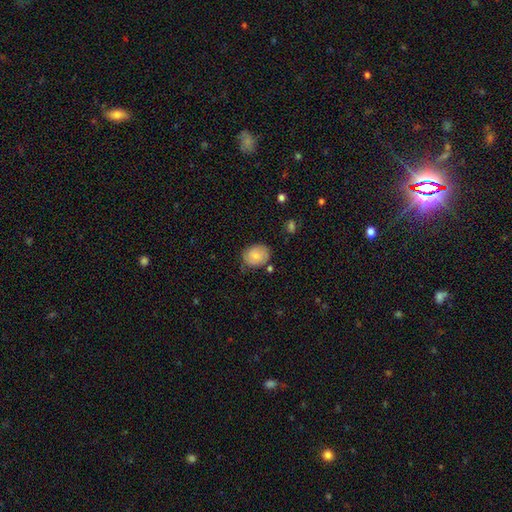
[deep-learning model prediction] A smooth galaxy with no disk features (76%) that is in between round and cigar-shaped (50%).

Vote fractions:
- Smooth or featured? smooth: 76% / featured or disk: 17% / star or artifact: 7%
- How rounded? in between: 50% / round: 49% / cigar-shaped: 1%
- Merging? none: 70% / minor disturbance: 22% / major disturbance: 5% / merger: 4%